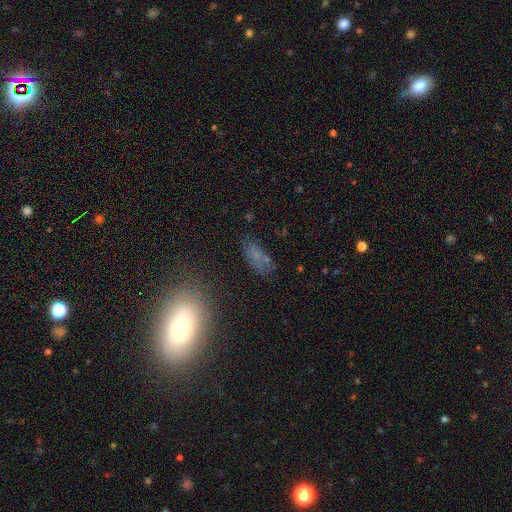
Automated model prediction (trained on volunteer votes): Q: Smooth or featured?
A: smooth (58%); runner-up: star or artifact (22%)
Q: How rounded?
A: in between (82%); runner-up: cigar-shaped (11%)
Q: Merging?
A: none (65%); runner-up: minor disturbance (19%)